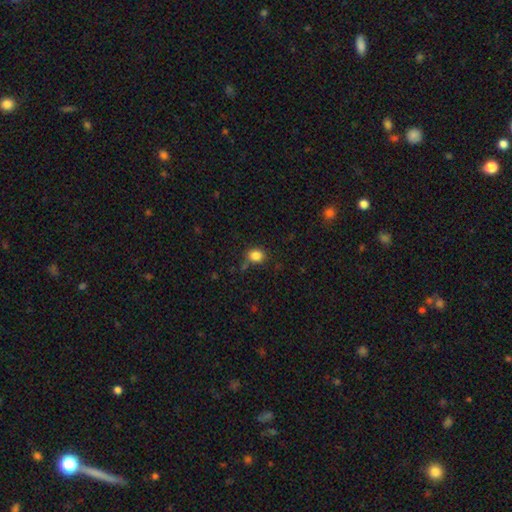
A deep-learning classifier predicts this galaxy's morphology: This is clearly a smooth galaxy (84%). How rounded: likely round (63%). Merging: likely none (75%).